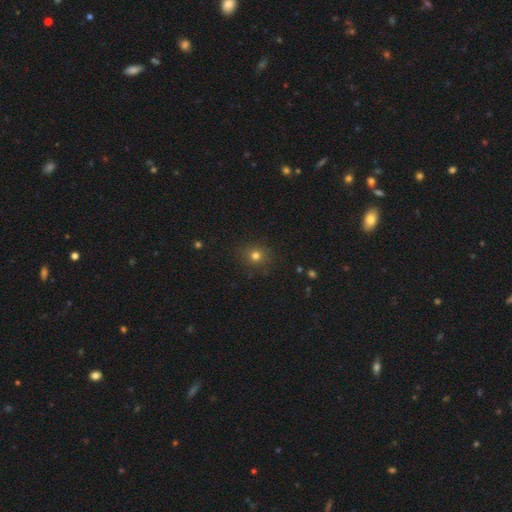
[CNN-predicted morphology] smooth-or-featured: smooth: 77% | star or artifact: 17% | featured or disk: 7%
  how-rounded: round: 84% | in between: 15% | cigar-shaped: 1%
  merging: none: 88% | minor disturbance: 8% | major disturbance: 3% | merger: 1%